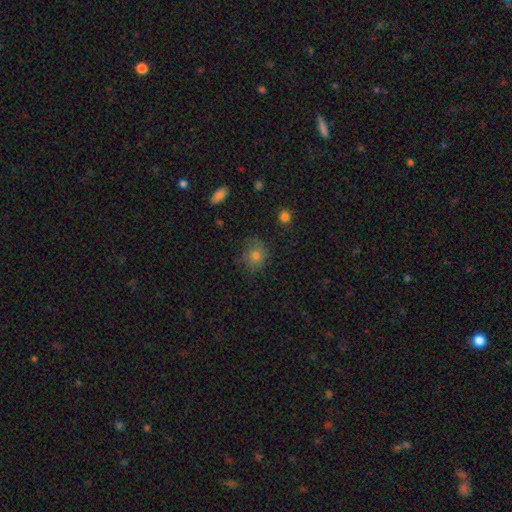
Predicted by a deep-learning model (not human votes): Smooth or featured?
  - smooth: 73% *
  - star or artifact: 14%
  - featured or disk: 13%
How rounded?
  - round: 76% *
  - in between: 23%
  - cigar-shaped: 1%
Merging?
  - none: 73% *
  - minor disturbance: 20%
  - major disturbance: 6%
  - merger: 1%